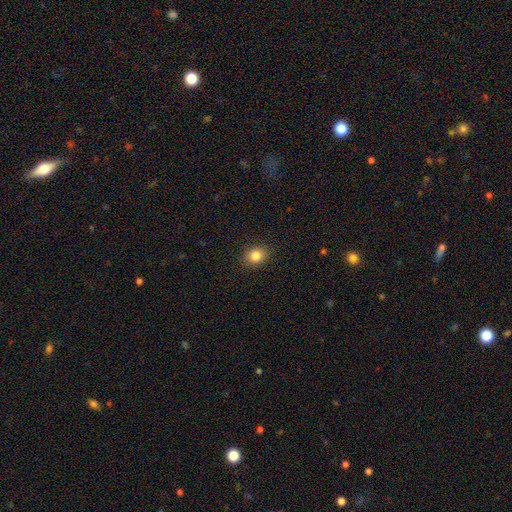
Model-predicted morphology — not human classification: smooth_or_featured: smooth (p=0.84) [alt: star or artifact p=0.10]
how_rounded: round (p=0.59) [alt: in between p=0.40]
merging: none (p=0.89) [alt: minor disturbance p=0.08]